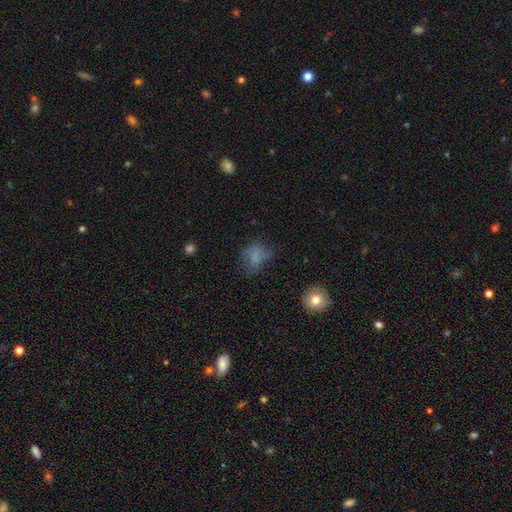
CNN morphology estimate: Smooth or featured: smooth — 71% (star or artifact — 15%)
How rounded: in between — 53% (round — 46%)
Merging: none — 51% (minor disturbance — 27%)